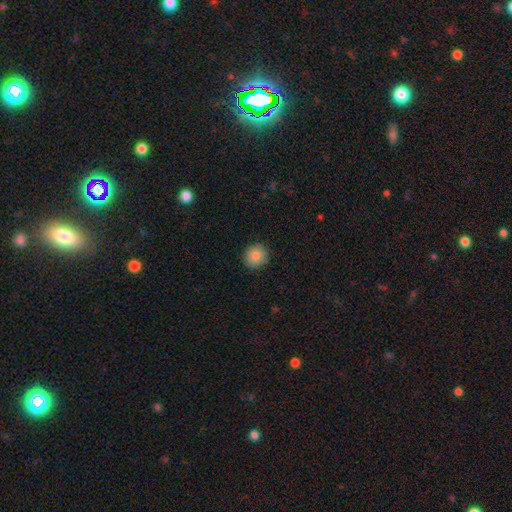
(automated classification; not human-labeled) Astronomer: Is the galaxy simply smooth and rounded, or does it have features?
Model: smooth — 84%.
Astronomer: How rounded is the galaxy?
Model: round — 92%.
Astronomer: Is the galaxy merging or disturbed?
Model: none — 90%.